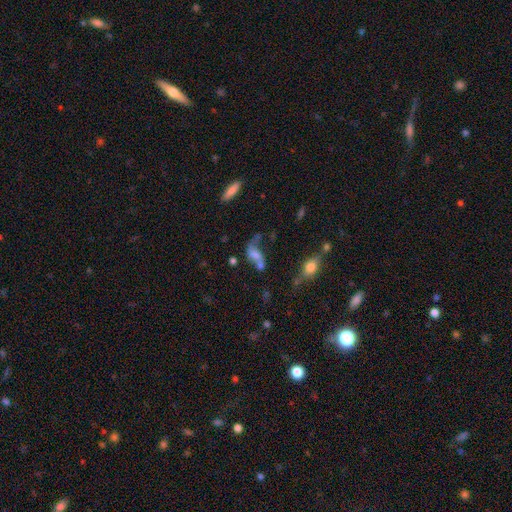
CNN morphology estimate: Smooth or featured? featured or disk (47%)
Merging? merger (30%)